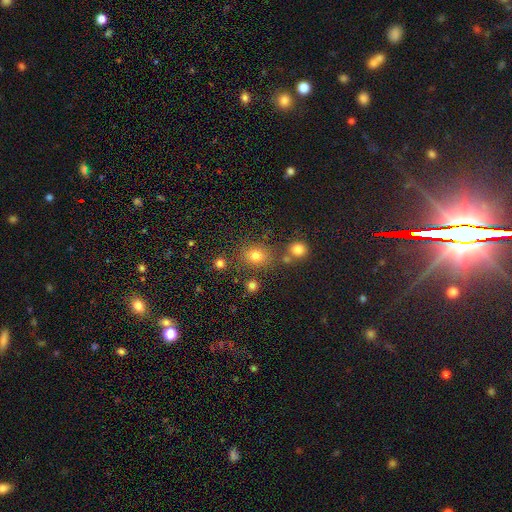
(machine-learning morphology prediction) A smooth galaxy with no disk features (76%) that is round (64%).

Vote fractions:
- Smooth or featured? smooth: 76% / star or artifact: 17% / featured or disk: 7%
- How rounded? round: 64% / in between: 35% / cigar-shaped: 1%
- Merging? none: 73% / minor disturbance: 12% / merger: 11% / major disturbance: 5%